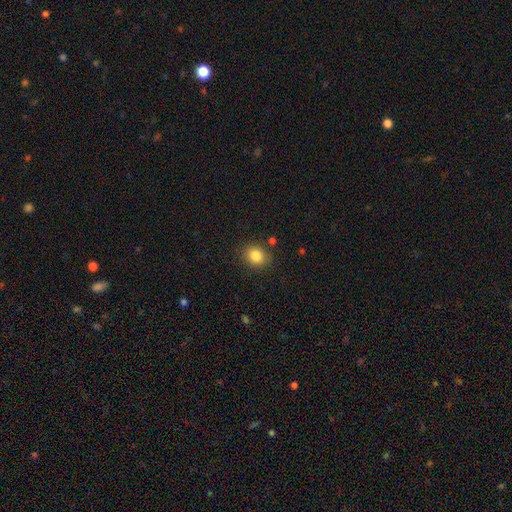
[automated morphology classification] Smooth or featured: smooth — 84% (star or artifact — 10%)
How rounded: round — 66% (in between — 33%)
Merging: none — 84% (minor disturbance — 10%)